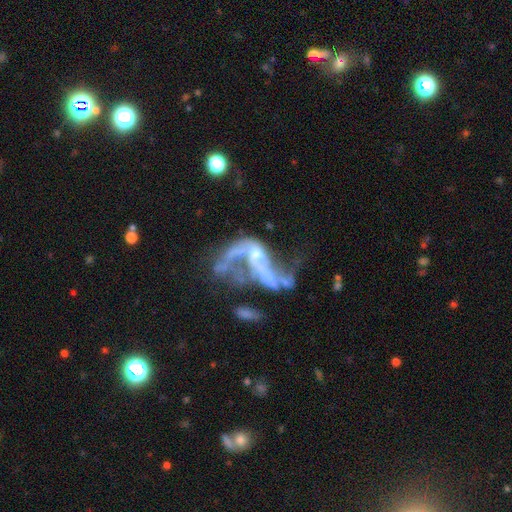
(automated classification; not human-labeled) smooth-or-featured: featured or disk: 78% | smooth: 11% | star or artifact: 11%
  disk-edge-on: no: 96% | yes: 4%
    bar: no: 61% | weak: 27% | strong: 12%
    has-spiral-arms: yes: 61% | no: 39%
    bulge-size: small: 39% | moderate: 28% | none: 27% | large: 4% | dominant: 2%
  merging: major disturbance: 42% | merger: 30% | none: 18% | minor disturbance: 11%